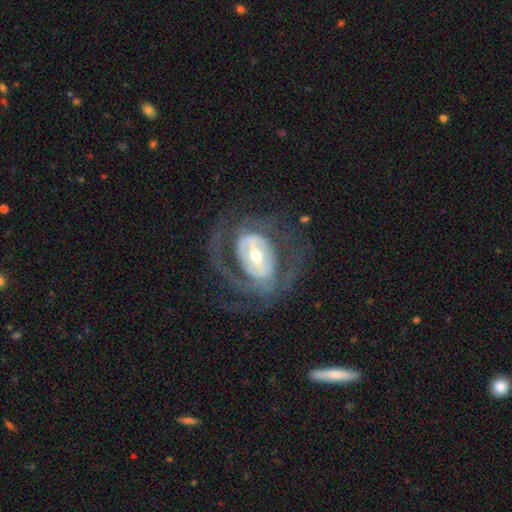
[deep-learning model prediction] Smooth or featured: featured or disk — 85% (smooth — 9%)
Edge-on disk: no — 96% (yes — 4%)
Bar: strong — 46% (weak — 35%)
Spiral arms: yes — 85% (no — 15%)
Spiral winding: medium — 44% (tight — 36%)
Spiral arm count: 2 — 61% (can't tell — 17%)
Bulge size: moderate — 56% (small — 35%)
Merging: none — 62% (major disturbance — 22%)